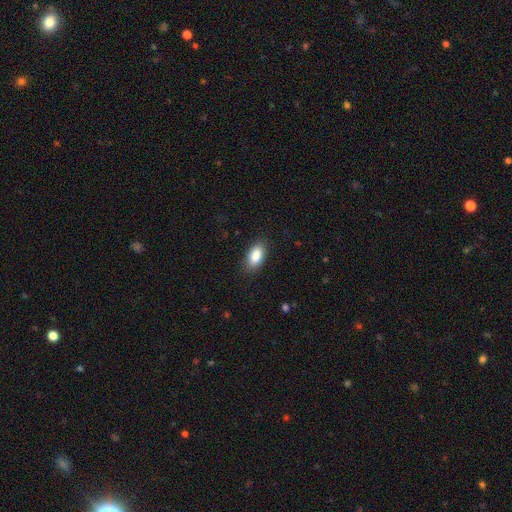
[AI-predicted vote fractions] This is clearly a smooth galaxy (87%). How rounded: clearly in between (90%). Merging: clearly none (84%).